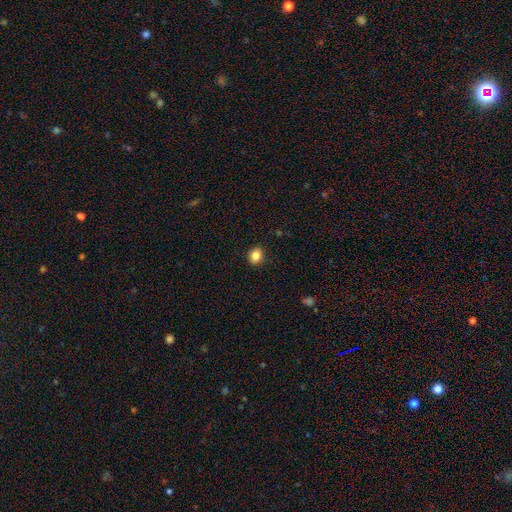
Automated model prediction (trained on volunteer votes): Smooth or featured? Predicted: smooth (p=0.84). How rounded? Predicted: round (p=0.58). Merging? Predicted: none (p=0.89).